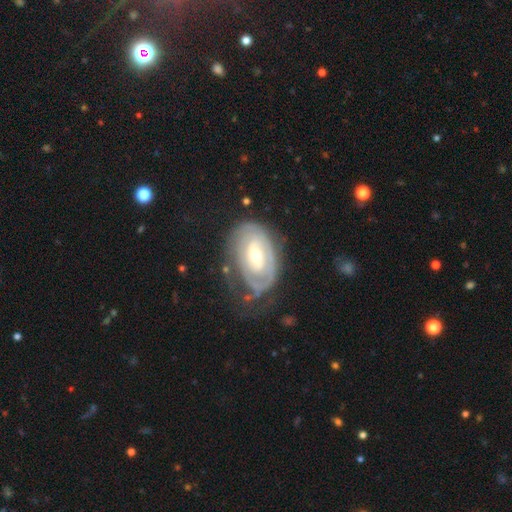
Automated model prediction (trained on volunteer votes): Smooth or featured? Predicted: featured or disk (p=0.79). Edge-on disk? Predicted: no (p=0.96). Bar? Predicted: weak (p=0.43). Spiral arms? Predicted: yes (p=0.83). Spiral winding? Predicted: tight (p=0.72). Spiral arm count? Predicted: can't tell (p=0.43). Bulge size? Predicted: moderate (p=0.55). Merging? Predicted: none (p=0.57).